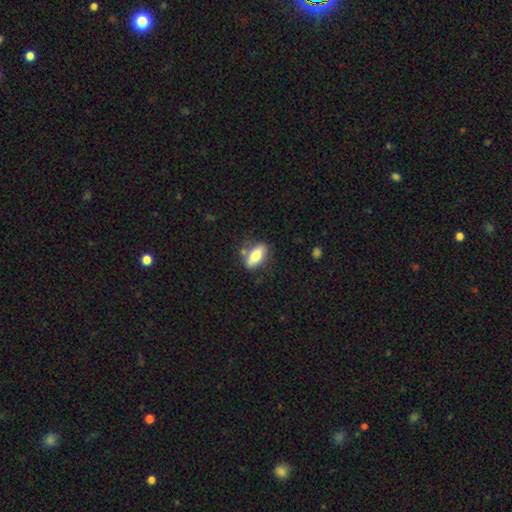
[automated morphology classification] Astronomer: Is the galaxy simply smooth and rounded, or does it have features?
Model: smooth — 70%.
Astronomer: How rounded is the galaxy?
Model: in between — 79%.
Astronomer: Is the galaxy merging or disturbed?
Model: none — 74%.